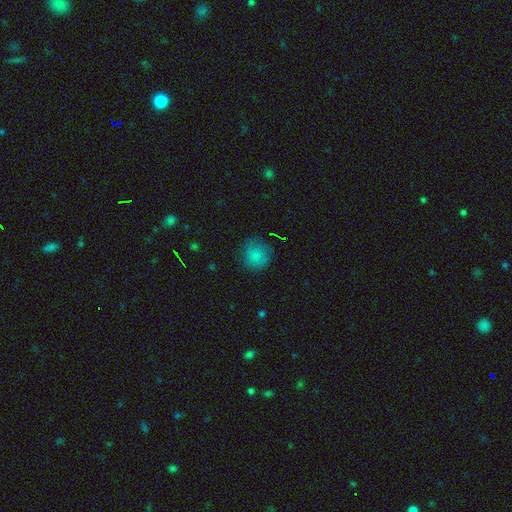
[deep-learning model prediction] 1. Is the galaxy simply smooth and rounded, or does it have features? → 82% smooth, 11% star or artifact, 7% featured or disk.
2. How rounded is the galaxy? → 90% round, 9% in between, 1% cigar-shaped.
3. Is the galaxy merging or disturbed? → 78% none, 16% minor disturbance, 5% major disturbance, 1% merger.